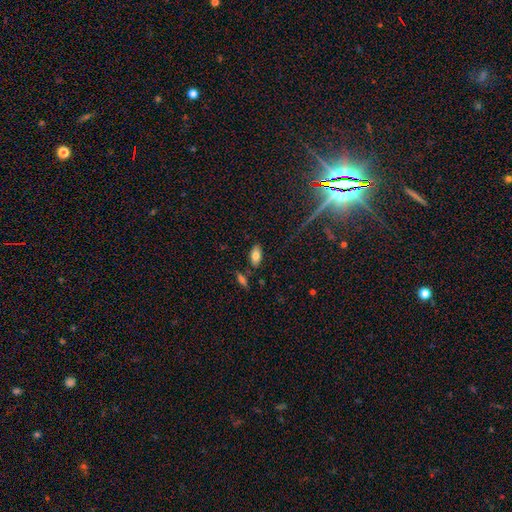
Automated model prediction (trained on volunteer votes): A smooth galaxy with no disk features (78%) that is in between round and cigar-shaped (92%).

Vote fractions:
- Smooth or featured? smooth: 78% / featured or disk: 14% / star or artifact: 9%
- How rounded? in between: 92% / cigar-shaped: 5% / round: 3%
- Merging? none: 81% / minor disturbance: 11% / merger: 5% / major disturbance: 3%